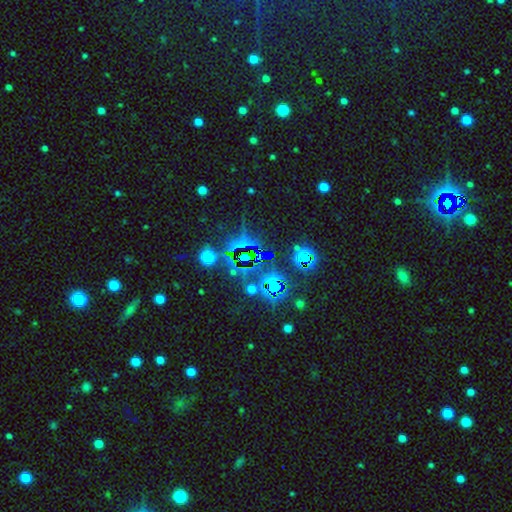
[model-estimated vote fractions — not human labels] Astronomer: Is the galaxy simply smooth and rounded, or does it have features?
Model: star or artifact — 80%.